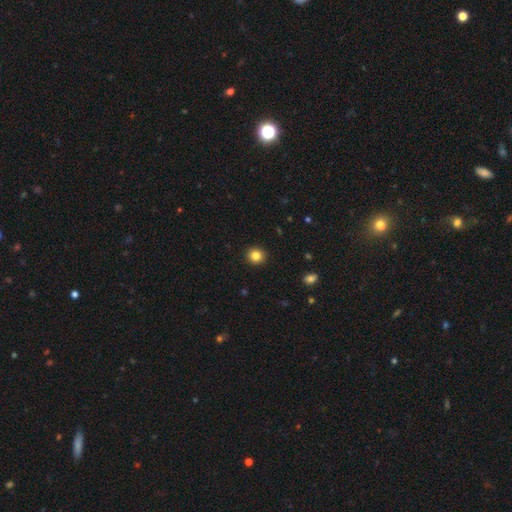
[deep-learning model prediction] Q: Smooth or featured?
A: smooth (84%); runner-up: star or artifact (11%)
Q: How rounded?
A: round (91%); runner-up: in between (8%)
Q: Merging?
A: none (93%); runner-up: minor disturbance (5%)